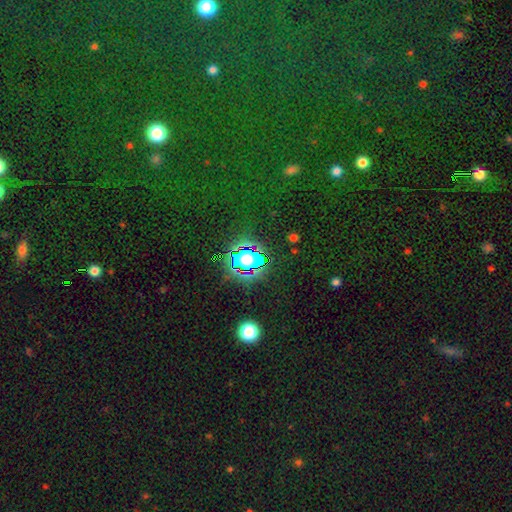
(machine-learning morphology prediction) Q: Smooth or featured?
A: star or artifact (62%); runner-up: smooth (27%)